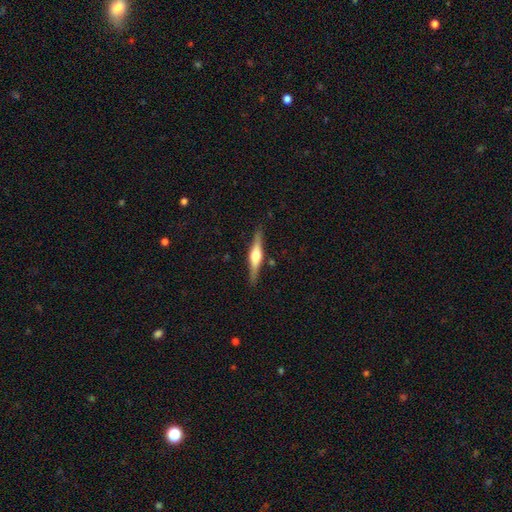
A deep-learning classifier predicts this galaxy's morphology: This is likely a featured or disk galaxy (69%). It is clearly viewed edge-on (97%). Edge-on bulge: clearly rounded (89%). Merging: clearly none (88%).